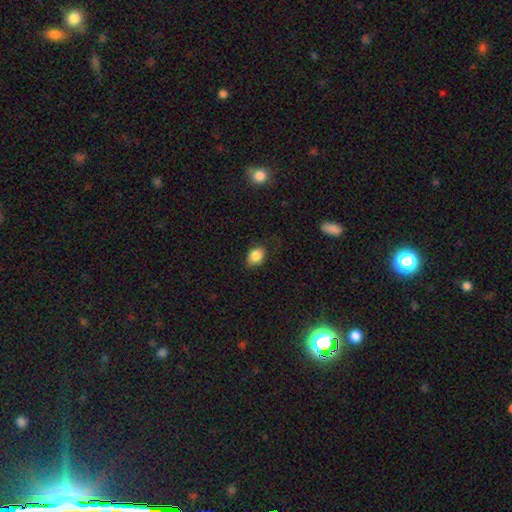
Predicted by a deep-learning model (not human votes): This is clearly a smooth galaxy (85%). How rounded: likely in between (64%). Merging: likely none (77%).